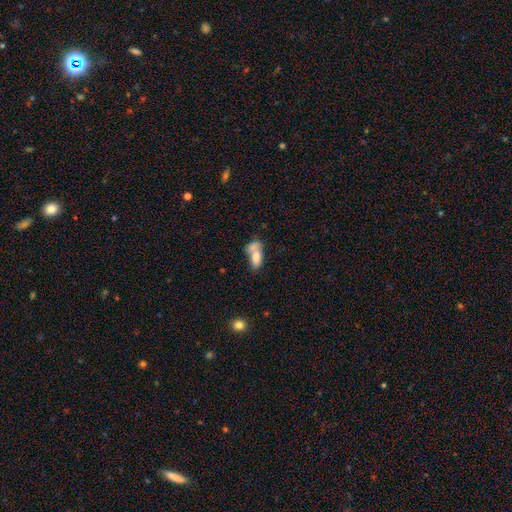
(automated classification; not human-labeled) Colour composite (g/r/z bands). It shows a smooth galaxy with no disk features (74%) that is in between round and cigar-shaped (84%). Merging: merger (55%).